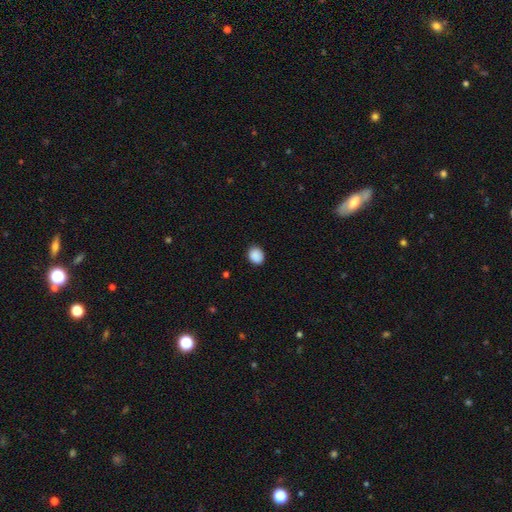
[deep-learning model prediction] A smooth galaxy with no disk features (89%) that is round (62%).

Vote fractions:
- Smooth or featured? smooth: 89% / star or artifact: 8% / featured or disk: 2%
- How rounded? round: 62% / in between: 37% / cigar-shaped: 1%
- Merging? none: 88% / minor disturbance: 9% / major disturbance: 2% / merger: 1%